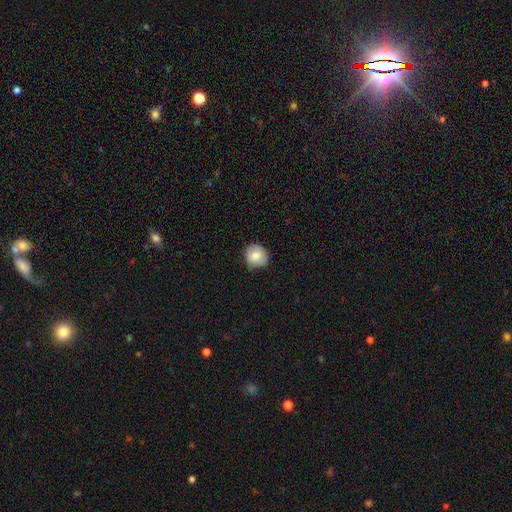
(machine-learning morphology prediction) Smooth or featured?
  - smooth: 80% *
  - featured or disk: 12%
  - star or artifact: 8%
How rounded?
  - round: 86% *
  - in between: 13%
  - cigar-shaped: 1%
Merging?
  - none: 78% *
  - minor disturbance: 18%
  - major disturbance: 3%
  - merger: 1%